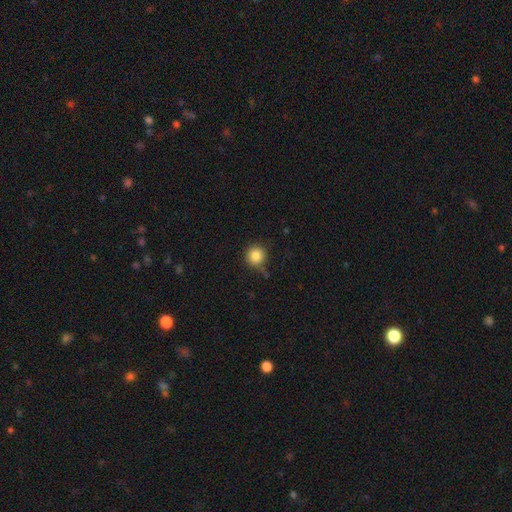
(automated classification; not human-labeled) smooth-or-featured: smooth: 85% | star or artifact: 10% | featured or disk: 5%
  how-rounded: round: 93% | in between: 6% | cigar-shaped: 1%
  merging: none: 77% | minor disturbance: 16% | major disturbance: 4% | merger: 3%